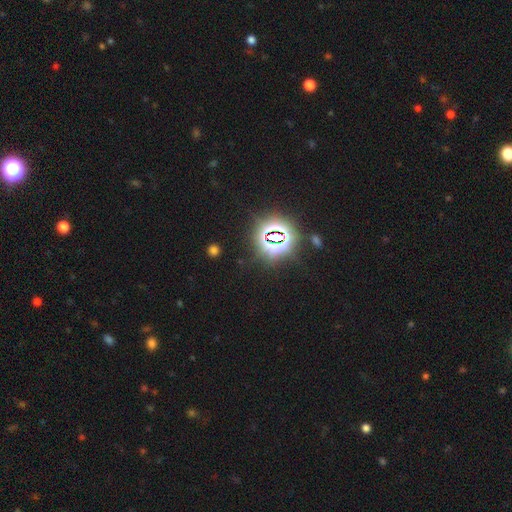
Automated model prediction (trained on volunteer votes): Smooth or featured: star or artifact — 83% (smooth — 11%)